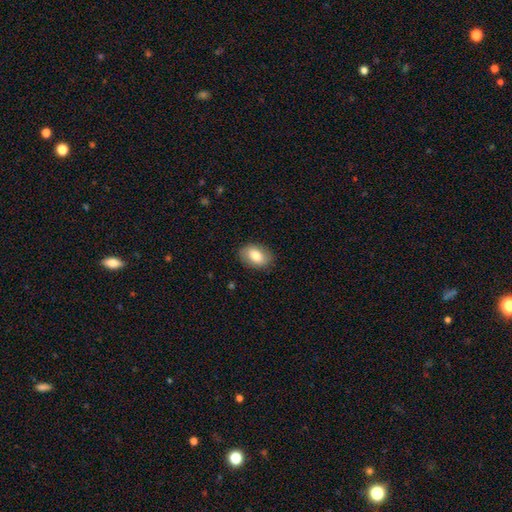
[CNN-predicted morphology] Overall: smooth (76%). How rounded: in between (86%). Merging: none (85%).